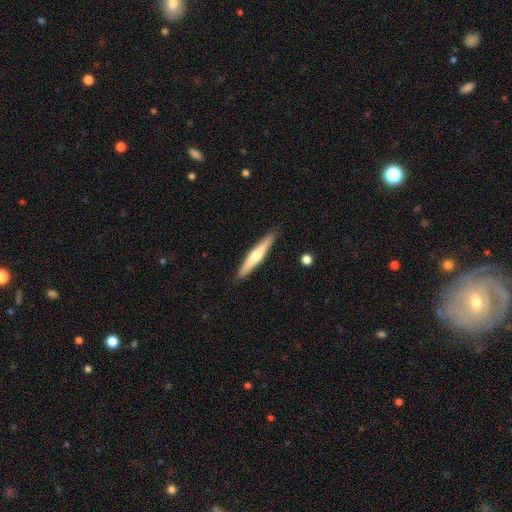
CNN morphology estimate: smooth-or-featured: featured or disk: 52% | smooth: 43% | star or artifact: 5%
  disk-edge-on: yes: 96% | no: 4%
    edge-on-bulge: rounded: 84% | none: 11% | boxy: 5%
  merging: none: 91% | minor disturbance: 7% | major disturbance: 1% | merger: 1%